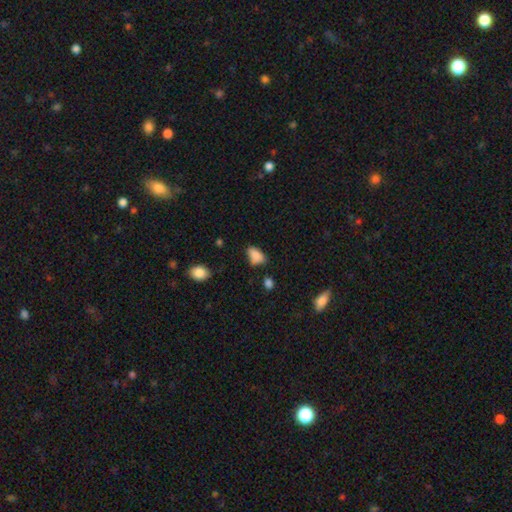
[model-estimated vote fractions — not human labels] Morphology: type=smooth (85%); roundness=in between (90%); merging=none (57%).